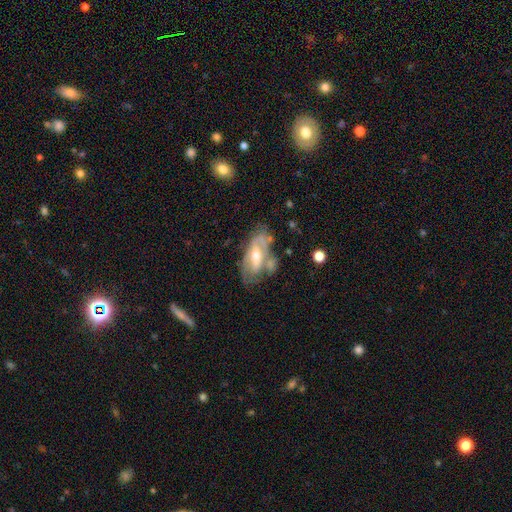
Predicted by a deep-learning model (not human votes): A featured or disk galaxy (69%) with no bar (36%), spiral arms (60%) and a moderate central bulge (65%). Merging: none (49%).